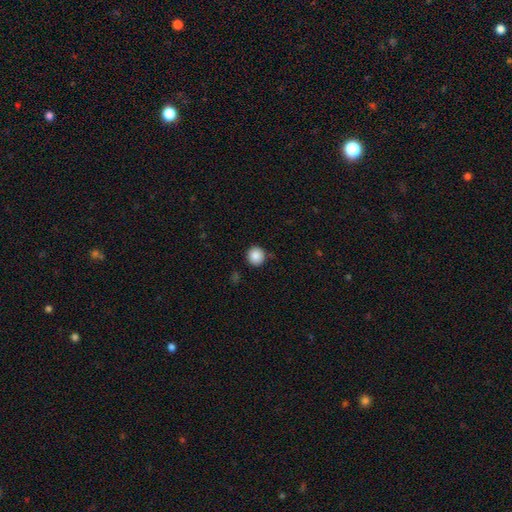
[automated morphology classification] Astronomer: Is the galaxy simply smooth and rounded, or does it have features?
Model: smooth — 88%.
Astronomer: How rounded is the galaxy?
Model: round — 93%.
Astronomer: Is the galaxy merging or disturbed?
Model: none — 89%.